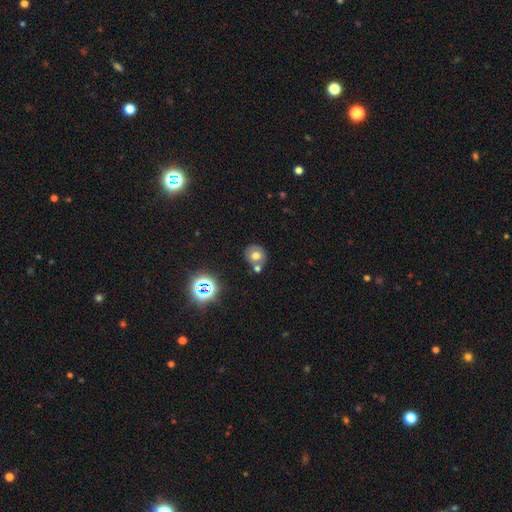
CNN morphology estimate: Overall: smooth (63%). How rounded: round (82%). Merging: none (59%; merger 25%).